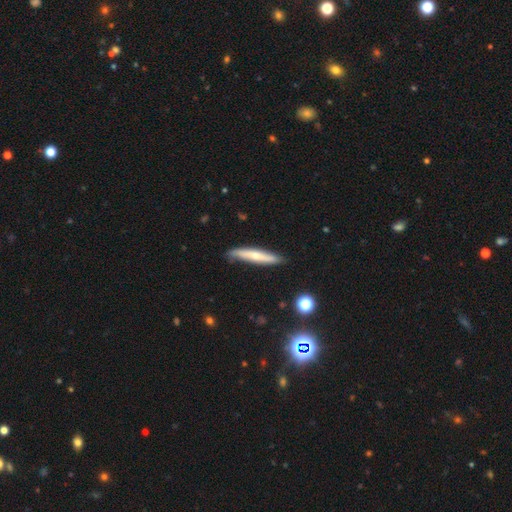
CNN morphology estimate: Smooth or featured?
  - smooth: 51% *
  - featured or disk: 44%
  - star or artifact: 6%
How rounded?
  - cigar-shaped: 92% *
  - in between: 7%
  - round: 1%
Merging?
  - none: 81% *
  - minor disturbance: 15%
  - major disturbance: 2%
  - merger: 2%